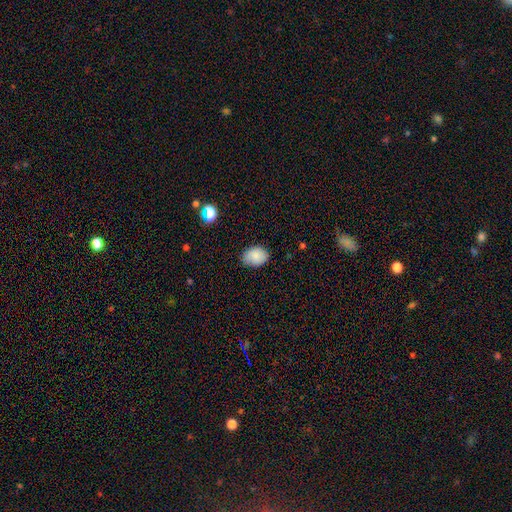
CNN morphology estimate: A smooth galaxy with no disk features (85%) that is in between round and cigar-shaped (71%). Merging: none (72%).